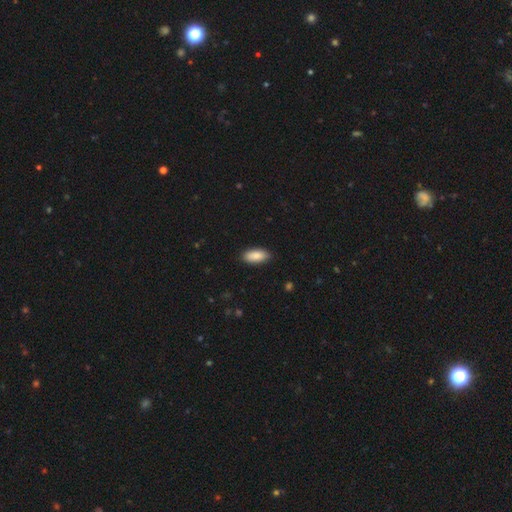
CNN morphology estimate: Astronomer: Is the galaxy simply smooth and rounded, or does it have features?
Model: smooth — 88%.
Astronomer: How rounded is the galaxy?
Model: in between — 88%.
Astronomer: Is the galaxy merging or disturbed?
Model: none — 89%.